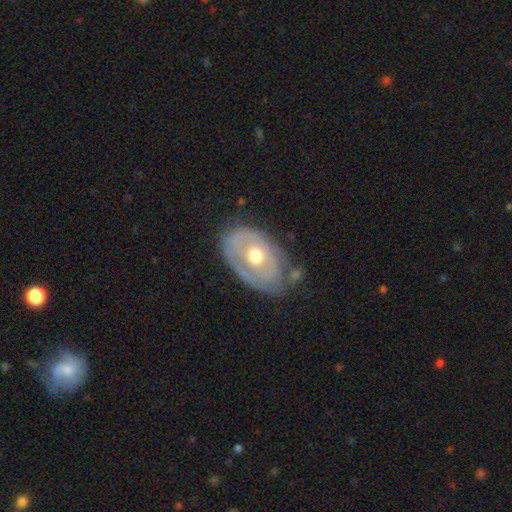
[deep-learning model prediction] A featured or disk galaxy (66%) with no bar (81%), no spiral arms (56%) and a moderate central bulge (77%).

Vote fractions:
- Smooth or featured? featured or disk: 66% / smooth: 28% / star or artifact: 5%
- Edge-on disk? no: 93% / yes: 7%
- Bar? no: 81% / weak: 15% / strong: 4%
- Spiral arms? no: 56% / yes: 44%
- Bulge size? moderate: 77% / small: 13% / large: 8% / dominant: 1% / none: 1%
- Merging? none: 58% / minor disturbance: 27% / major disturbance: 10% / merger: 5%